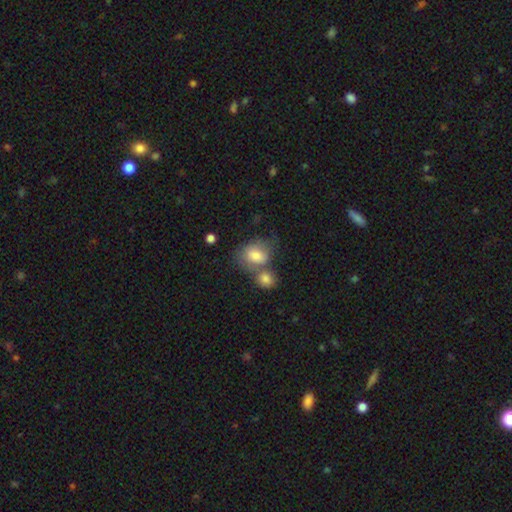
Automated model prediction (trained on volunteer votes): smooth_or_featured: smooth (p=0.79) [alt: featured or disk p=0.13]
how_rounded: in between (p=0.60) [alt: round p=0.39]
merging: merger (p=0.47) [alt: none p=0.33]